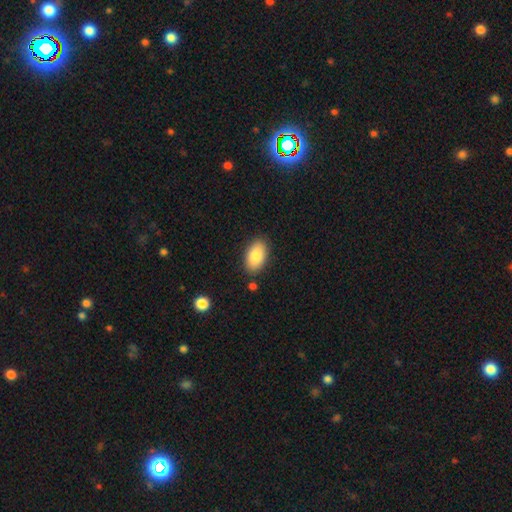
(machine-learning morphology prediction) smooth 85%, featured or disk 9%, star or artifact 6%. Down the decision tree: how rounded — in between (94%); merging — none (85%).